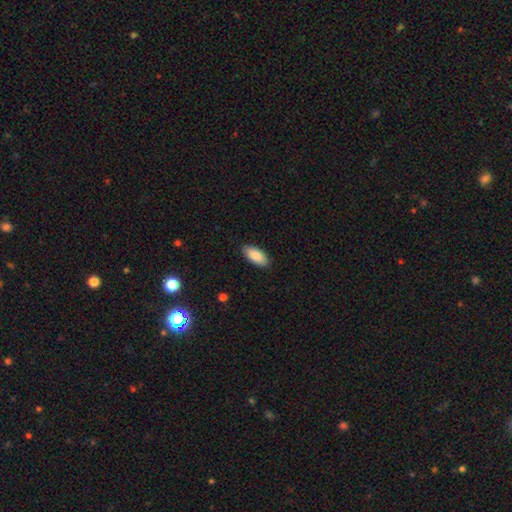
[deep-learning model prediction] A smooth galaxy with no disk features (88%) that is in between round and cigar-shaped (90%).

Vote fractions:
- Smooth or featured? smooth: 88% / featured or disk: 6% / star or artifact: 6%
- How rounded? in between: 90% / cigar-shaped: 8% / round: 2%
- Merging? none: 88% / minor disturbance: 10% / major disturbance: 2% / merger: 1%